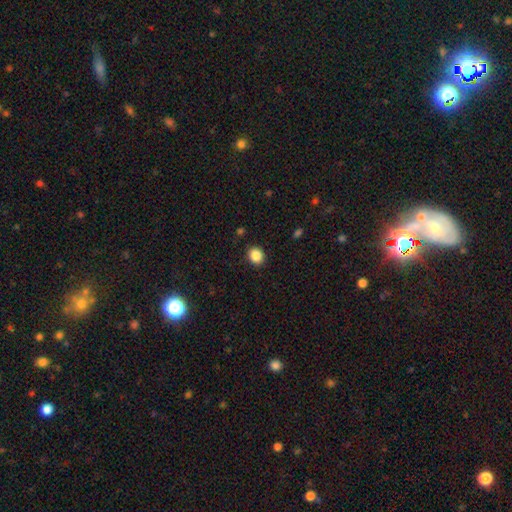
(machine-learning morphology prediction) Smooth or featured? Predicted: smooth (p=0.87). How rounded? Predicted: round (p=0.66). Merging? Predicted: none (p=0.90).